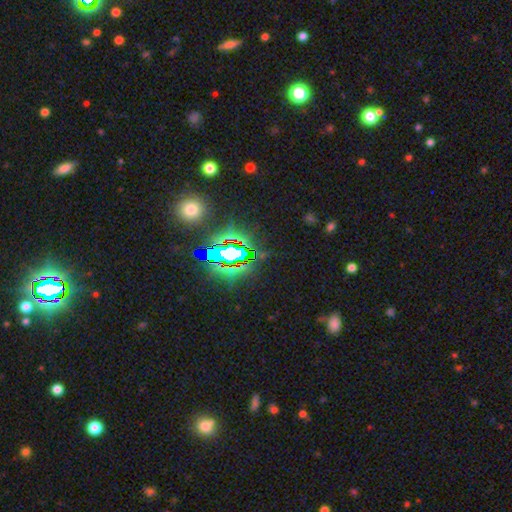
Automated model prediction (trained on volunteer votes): A star or artifact, not a galaxy (78%).

Vote fractions:
- Smooth or featured? star or artifact: 78% / smooth: 12% / featured or disk: 10%